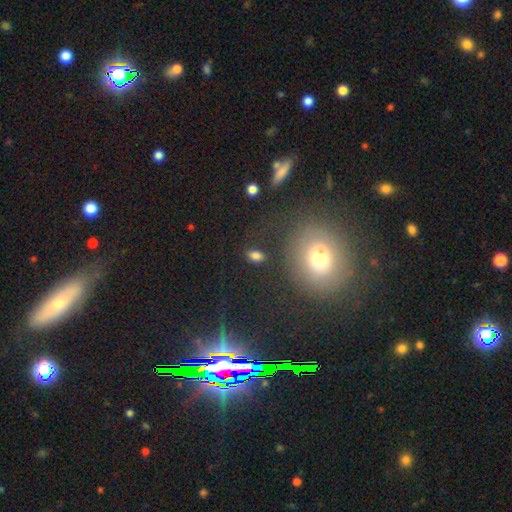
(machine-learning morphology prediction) Smooth or featured?
  - smooth: 79% *
  - star or artifact: 14%
  - featured or disk: 6%
How rounded?
  - in between: 82% *
  - round: 15%
  - cigar-shaped: 3%
Merging?
  - none: 81% *
  - minor disturbance: 10%
  - merger: 5%
  - major disturbance: 4%